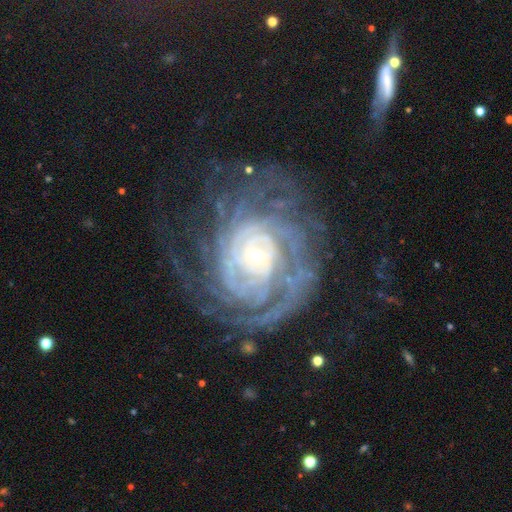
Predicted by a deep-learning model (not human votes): Q: Smooth or featured?
A: featured or disk (90%); runner-up: star or artifact (6%)
Q: Edge-on disk?
A: no (97%); runner-up: yes (3%)
Q: Bar?
A: no (62%); runner-up: weak (27%)
Q: Spiral arms?
A: yes (97%); runner-up: no (3%)
Q: Spiral winding?
A: tight (78%); runner-up: medium (18%)
Q: Spiral arm count?
A: can't tell (29%); runner-up: more than 4 (19%)
Q: Bulge size?
A: small (69%); runner-up: moderate (26%)
Q: Merging?
A: none (67%); runner-up: minor disturbance (17%)